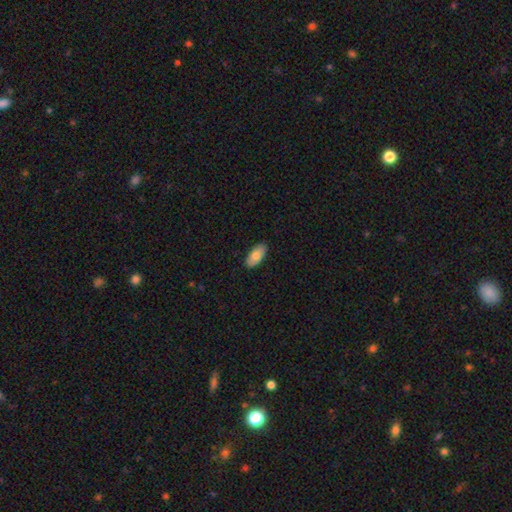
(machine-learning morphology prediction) Smooth or featured?
  - smooth: 80% *
  - featured or disk: 14%
  - star or artifact: 6%
How rounded?
  - in between: 92% *
  - cigar-shaped: 5%
  - round: 2%
Merging?
  - none: 89% *
  - minor disturbance: 9%
  - major disturbance: 2%
  - merger: 1%